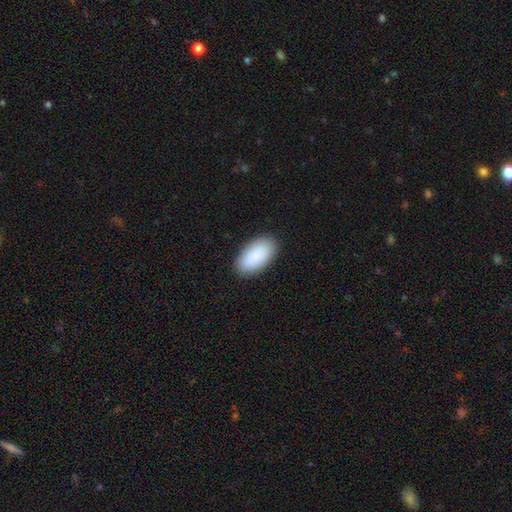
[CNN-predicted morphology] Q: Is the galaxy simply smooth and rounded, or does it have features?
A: smooth — 89%.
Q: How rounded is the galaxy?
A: in between — 96%.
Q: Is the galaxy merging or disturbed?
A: none — 89%.